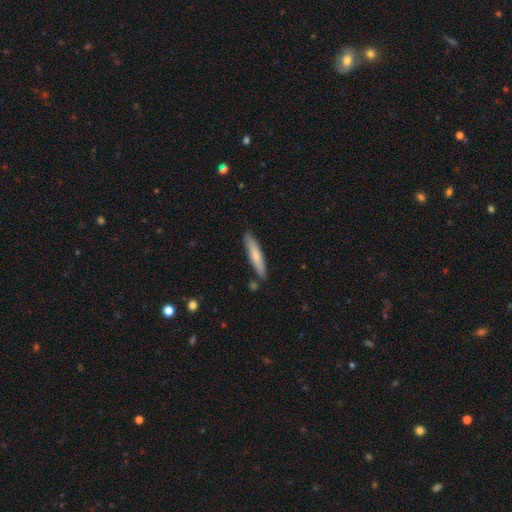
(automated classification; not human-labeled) smooth_or_featured: smooth (p=0.69) [alt: featured or disk p=0.25]
how_rounded: cigar-shaped (p=0.89) [alt: in between p=0.09]
merging: none (p=0.83) [alt: minor disturbance p=0.12]